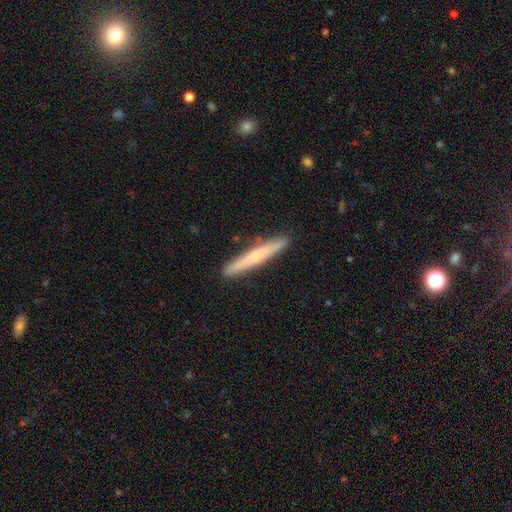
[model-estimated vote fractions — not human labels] Smooth or featured? smooth (50%)
Merging? none (91%)